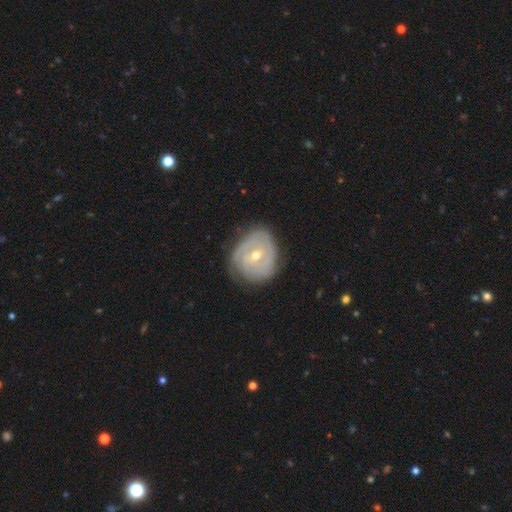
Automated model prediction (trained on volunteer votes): Smooth or featured?
  - featured or disk: 80% *
  - smooth: 14%
  - star or artifact: 6%
Edge-on disk?
  - no: 97% *
  - yes: 3%
Bar?
  - weak: 46% *
  - no: 40%
  - strong: 14%
Spiral arms?
  - yes: 89% *
  - no: 11%
Spiral winding?
  - tight: 73% *
  - medium: 21%
  - loose: 6%
Spiral arm count?
  - can't tell: 36% *
  - 2: 31%
  - 3: 18%
  - 4: 6%
  - 1: 5%
  - more than 4: 4%
Bulge size?
  - moderate: 52% *
  - small: 45%
  - large: 1%
  - none: 1%
  - dominant: 1%
Merging?
  - none: 70% *
  - minor disturbance: 22%
  - major disturbance: 6%
  - merger: 1%